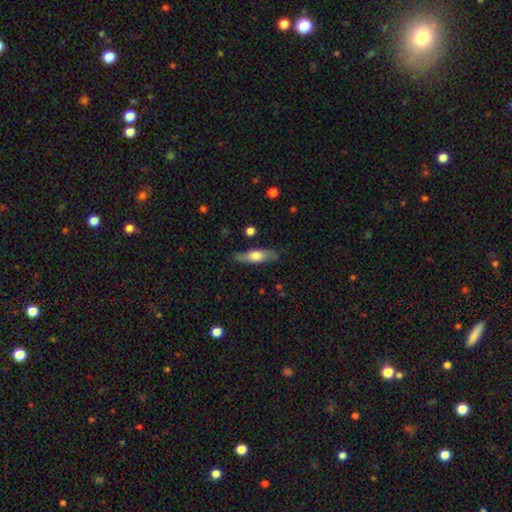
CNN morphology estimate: Smooth or featured? smooth (57%)
How rounded? cigar-shaped (59%)
Merging? none (79%)